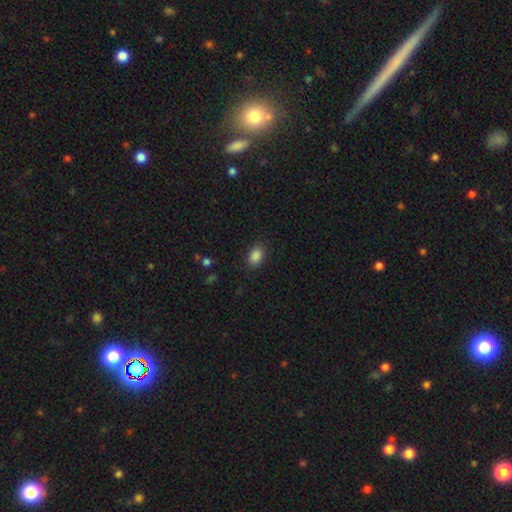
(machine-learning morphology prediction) This appears to be a smooth galaxy with no disk features (87%) that is in between round and cigar-shaped (83%). Merging: none (85%).